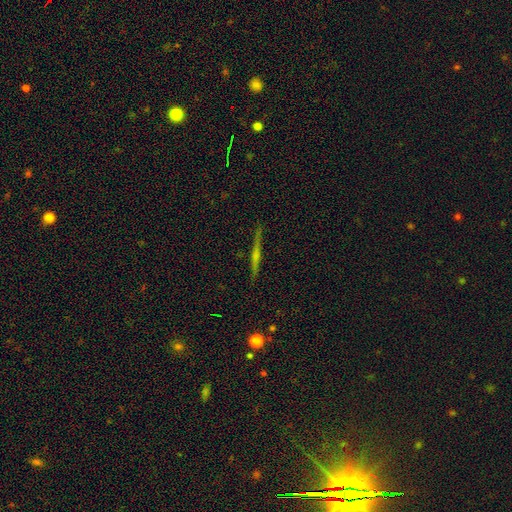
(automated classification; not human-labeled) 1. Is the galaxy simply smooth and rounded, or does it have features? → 70% featured or disk, 20% smooth, 9% star or artifact.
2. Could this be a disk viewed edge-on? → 98% yes, 2% no.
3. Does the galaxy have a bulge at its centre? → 55% rounded, 33% none, 11% boxy.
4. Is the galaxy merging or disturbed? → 91% none, 6% minor disturbance, 1% major disturbance, 1% merger.